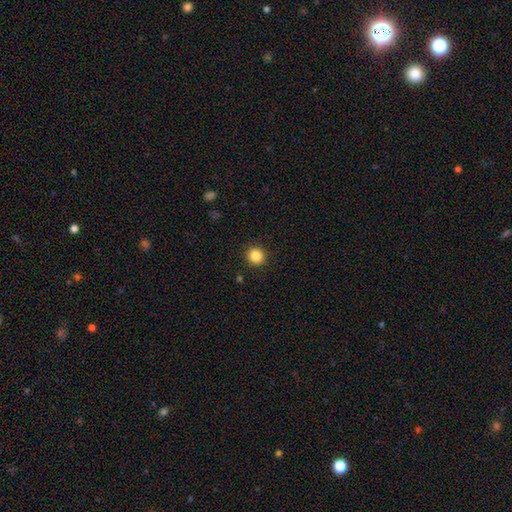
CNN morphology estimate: smooth_or_featured: smooth (p=0.85) [alt: star or artifact p=0.11]
how_rounded: round (p=0.93) [alt: in between p=0.06]
merging: none (p=0.92) [alt: minor disturbance p=0.05]